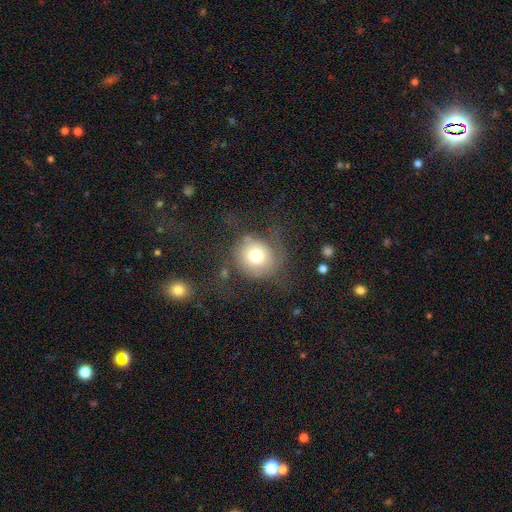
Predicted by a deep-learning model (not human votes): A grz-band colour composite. It shows a smooth galaxy with no disk features (69%) that is round (85%). Merging: none (52%).